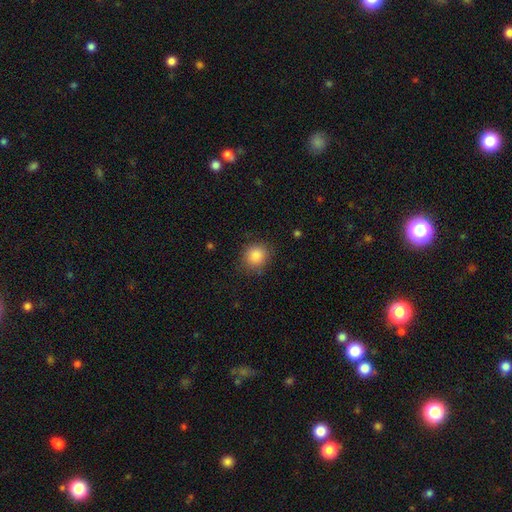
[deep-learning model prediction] A smooth galaxy with no disk features (86%) that is round (83%).

Vote fractions:
- Smooth or featured? smooth: 86% / star or artifact: 10% / featured or disk: 4%
- How rounded? round: 83% / in between: 16% / cigar-shaped: 1%
- Merging? none: 85% / minor disturbance: 11% / major disturbance: 3% / merger: 1%